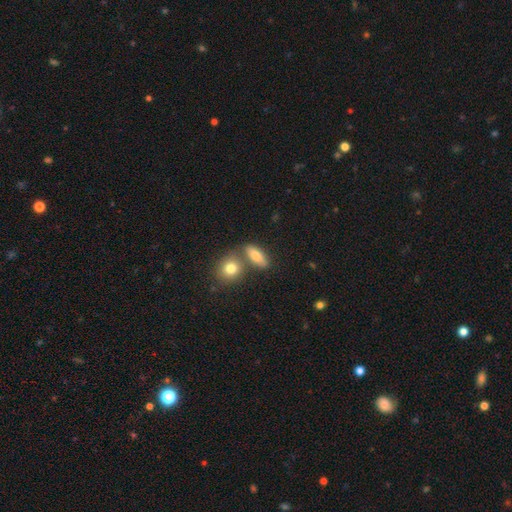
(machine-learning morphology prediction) type=smooth (76%); roundness=in between (68%); merging=none (61%).